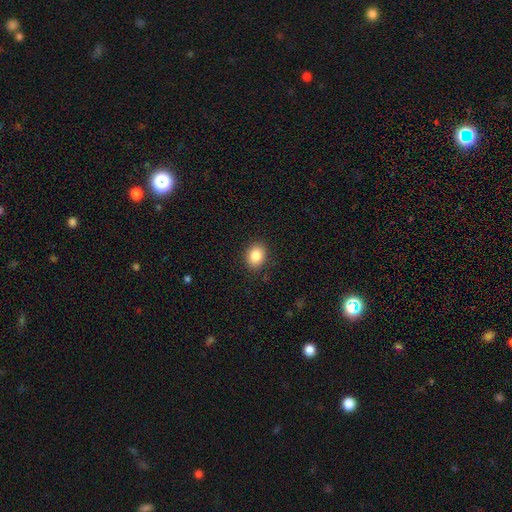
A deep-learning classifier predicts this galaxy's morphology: A smooth galaxy with no disk features (85%) that is in between round and cigar-shaped (50%).

Vote fractions:
- Smooth or featured? smooth: 85% / star or artifact: 9% / featured or disk: 6%
- How rounded? in between: 50% / round: 49% / cigar-shaped: 1%
- Merging? none: 89% / minor disturbance: 8% / major disturbance: 2% / merger: 1%